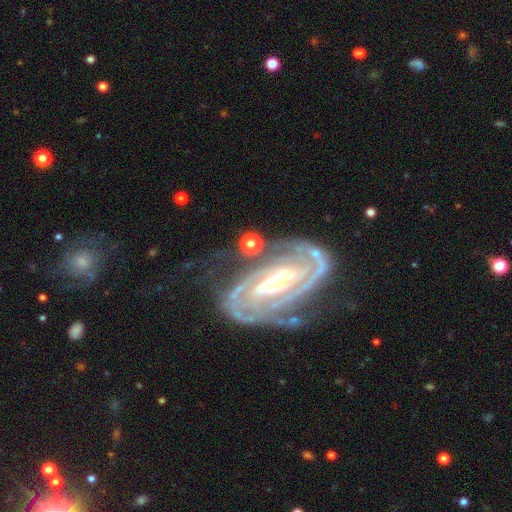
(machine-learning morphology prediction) featured or disk 91%, star or artifact 5%, smooth 4%. Down the decision tree: edge-on disk — no (96%); bar — strong (51%); spiral arms — yes (98%); spiral arm count — 2 (87%); spiral winding — tight (56%); bulge size — moderate (47%); merging — none (70%).